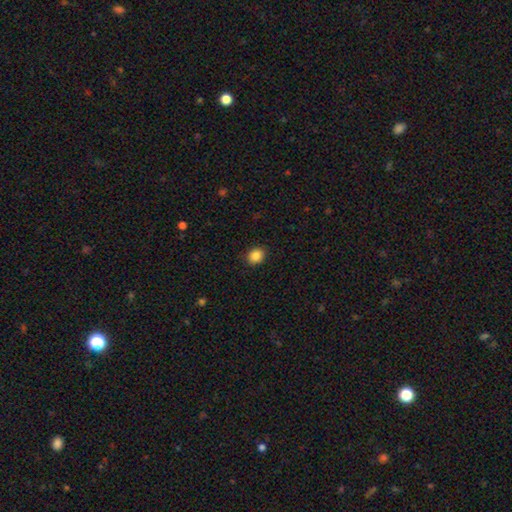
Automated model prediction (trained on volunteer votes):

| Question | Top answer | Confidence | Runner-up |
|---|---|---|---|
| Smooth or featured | smooth | 86% | star or artifact (9%) |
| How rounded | round | 63% | in between (36%) |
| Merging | none | 90% | minor disturbance (7%) |